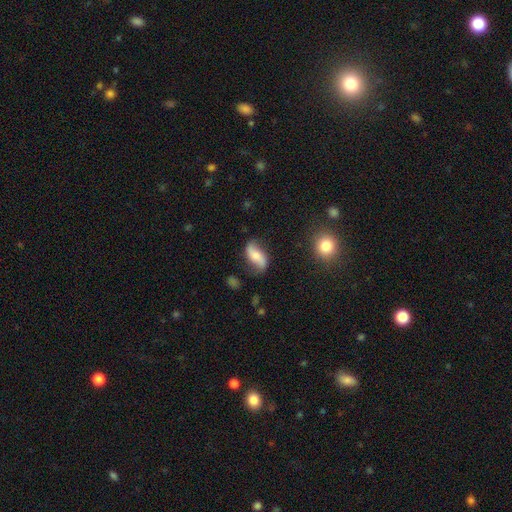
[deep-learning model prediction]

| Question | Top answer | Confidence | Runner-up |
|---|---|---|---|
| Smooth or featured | featured or disk | 58% | smooth (34%) |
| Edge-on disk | no | 93% | yes (7%) |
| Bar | no | 52% | weak (30%) |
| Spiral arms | yes | 90% | no (10%) |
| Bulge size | moderate | 40% | small (35%) |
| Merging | none | 69% | minor disturbance (21%) |